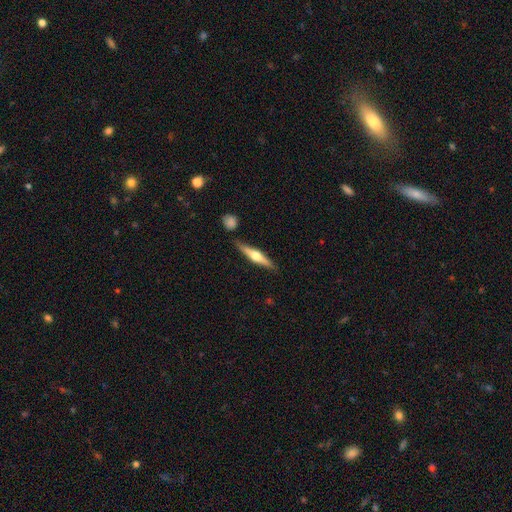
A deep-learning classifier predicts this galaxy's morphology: featured or disk 67%, smooth 28%, star or artifact 5%. Down the decision tree: edge-on disk — yes (97%); edge-on bulge — rounded (93%); merging — none (84%).